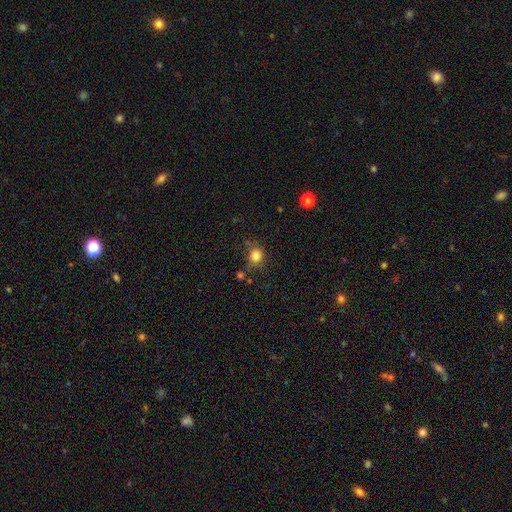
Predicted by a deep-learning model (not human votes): Smooth or featured: smooth — 82% (star or artifact — 12%)
How rounded: round — 76% (in between — 23%)
Merging: none — 70% (minor disturbance — 18%)